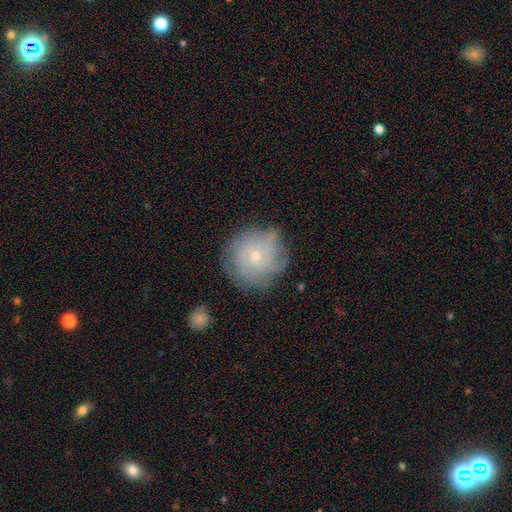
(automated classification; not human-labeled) smooth-or-featured: featured or disk: 57% | smooth: 33% | star or artifact: 10%
  disk-edge-on: no: 97% | yes: 3%
    bar: no: 84% | weak: 14% | strong: 2%
    has-spiral-arms: yes: 78% | no: 22%
    bulge-size: small: 71% | moderate: 26% | large: 1% | none: 1% | dominant: 1%
  merging: none: 73% | minor disturbance: 18% | major disturbance: 7% | merger: 2%